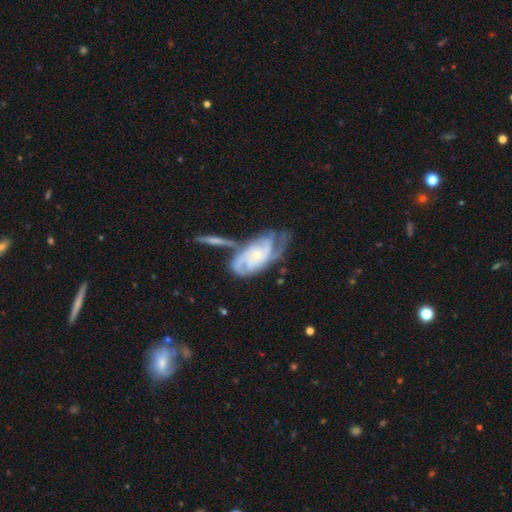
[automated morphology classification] Smooth or featured: featured or disk — 86% (smooth — 9%)
Edge-on disk: no — 95% (yes — 5%)
Bar: no — 70% (weak — 24%)
Spiral arms: yes — 96% (no — 4%)
Spiral winding: tight — 57% (medium — 34%)
Spiral arm count: 3 — 30% (2 — 25%)
Bulge size: small — 70% (moderate — 26%)
Merging: none — 45% (minor disturbance — 21%)